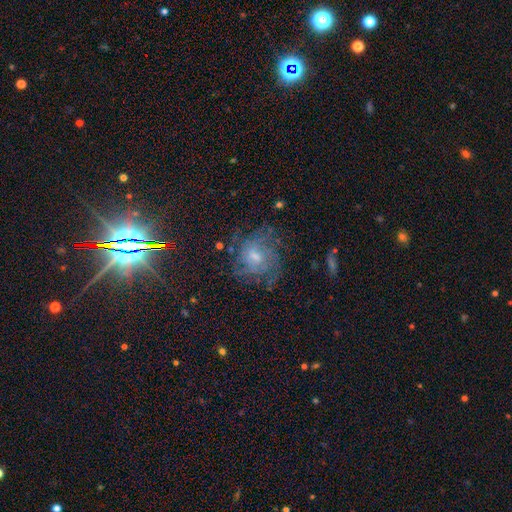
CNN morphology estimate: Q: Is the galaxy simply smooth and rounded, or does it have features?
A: featured or disk — 57%.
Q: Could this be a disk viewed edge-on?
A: no — 96%.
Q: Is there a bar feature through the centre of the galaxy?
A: no — 55%.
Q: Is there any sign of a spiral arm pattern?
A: yes — 76%.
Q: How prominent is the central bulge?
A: moderate — 47%.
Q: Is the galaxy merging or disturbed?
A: none — 65%.